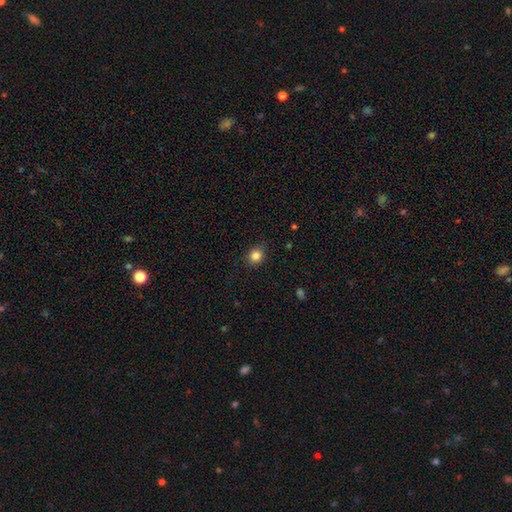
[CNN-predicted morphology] type=smooth (84%); roundness=round (73%); merging=none (83%).